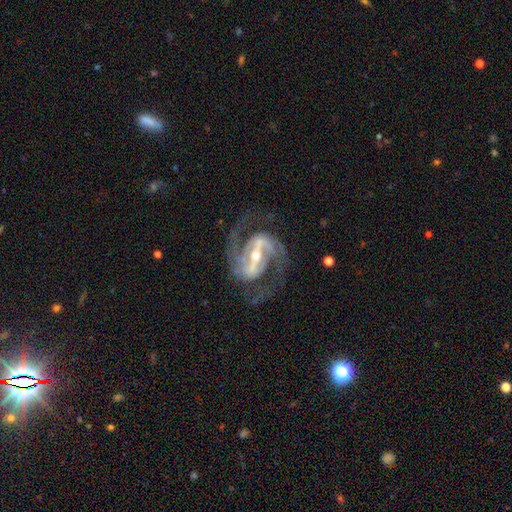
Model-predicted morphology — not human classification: A featured or disk galaxy (93%) with a strong bar (71%), 2 (91%) medium (62%) spiral arms (98%) and a moderate central bulge (51%). Merging: none (76%).